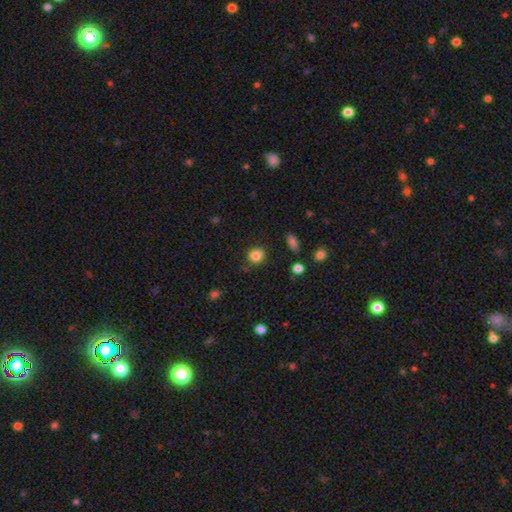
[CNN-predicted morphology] Overall: smooth (83%). How rounded: round (76%). Merging: none (74%).